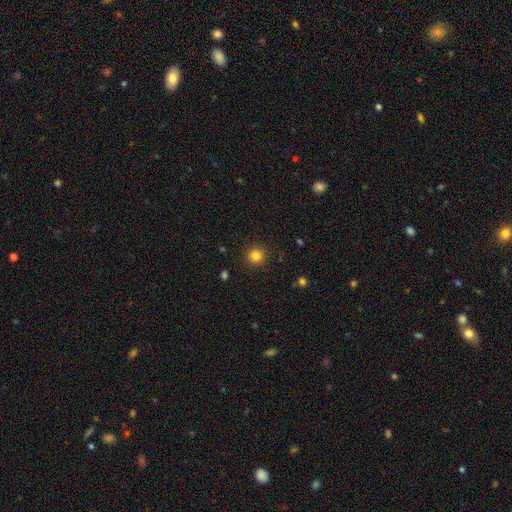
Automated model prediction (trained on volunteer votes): This appears to be a smooth galaxy with no disk features (83%) that is round (94%). Merging: none (91%).